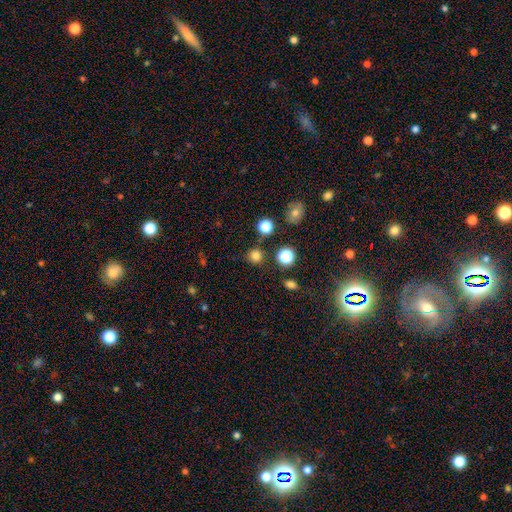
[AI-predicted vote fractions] Smooth or featured: smooth — 78% (star or artifact — 17%)
How rounded: round — 93% (in between — 6%)
Merging: none — 84% (minor disturbance — 8%)